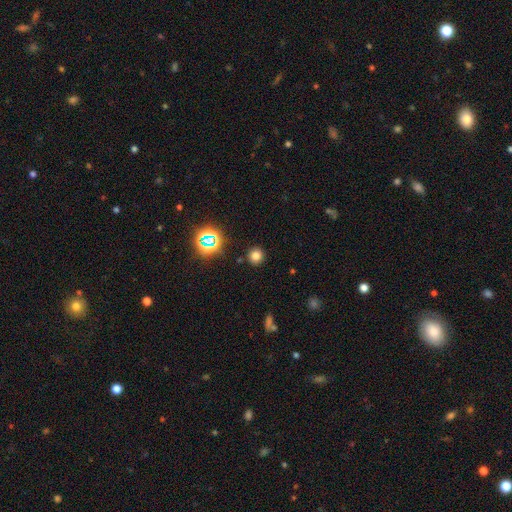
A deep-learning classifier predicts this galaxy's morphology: Smooth or featured: smooth — 73% (star or artifact — 21%)
How rounded: round — 92% (in between — 7%)
Merging: none — 88% (minor disturbance — 6%)